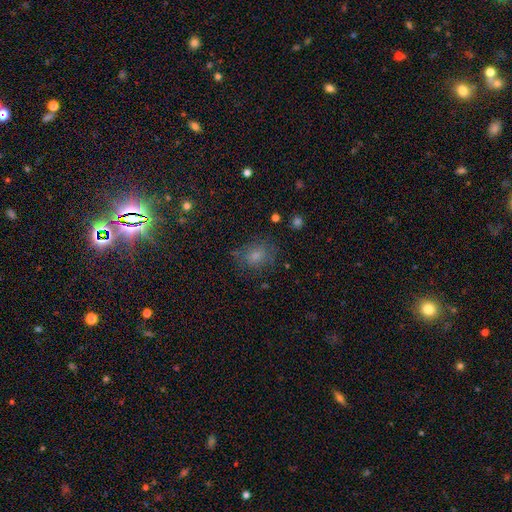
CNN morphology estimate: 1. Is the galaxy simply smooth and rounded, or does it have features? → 72% smooth, 15% star or artifact, 13% featured or disk.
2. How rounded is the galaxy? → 52% round, 47% in between, 1% cigar-shaped.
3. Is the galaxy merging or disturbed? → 68% none, 20% minor disturbance, 9% major disturbance, 3% merger.